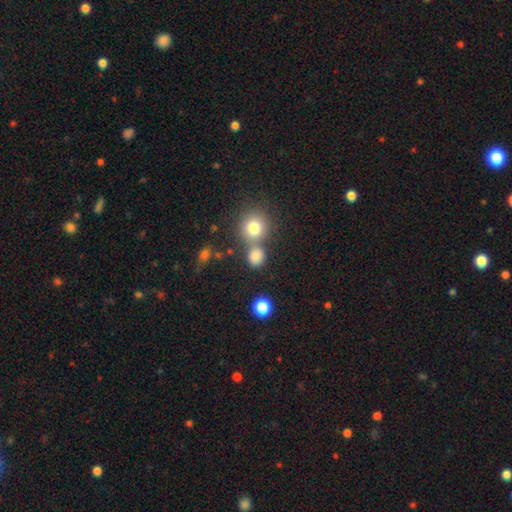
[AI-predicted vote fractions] Morphology: type=smooth (80%); roundness=round (80%); merging=none (60%).